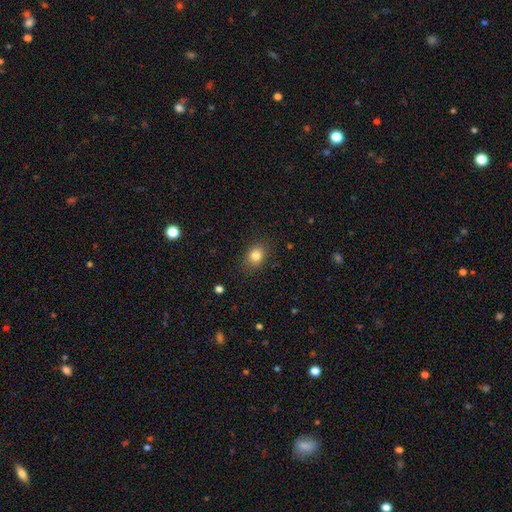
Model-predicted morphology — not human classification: A smooth galaxy with no disk features (82%) that is in between round and cigar-shaped (54%).

Vote fractions:
- Smooth or featured? smooth: 82% / star or artifact: 11% / featured or disk: 7%
- How rounded? in between: 54% / round: 45% / cigar-shaped: 1%
- Merging? none: 84% / minor disturbance: 12% / major disturbance: 3% / merger: 1%